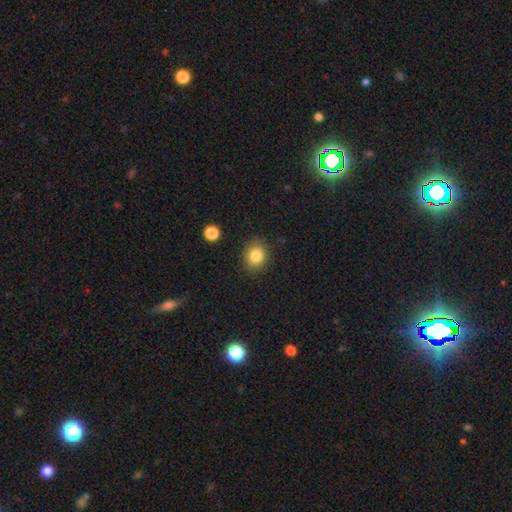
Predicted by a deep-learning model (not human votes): Smooth or featured: smooth — 83% (star or artifact — 10%)
How rounded: round — 67% (in between — 32%)
Merging: none — 86% (minor disturbance — 10%)